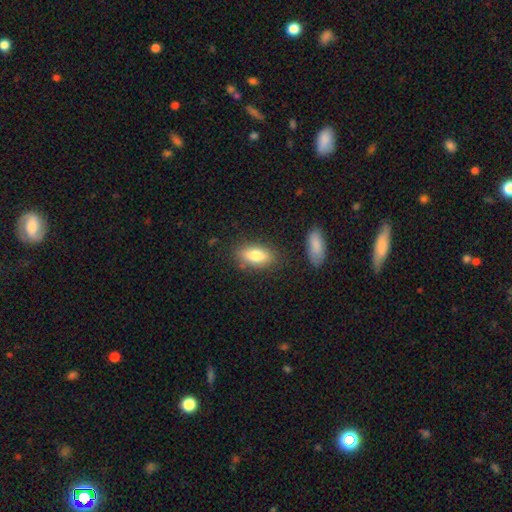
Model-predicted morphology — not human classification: This is likely a smooth galaxy (79%). How rounded: clearly in between (83%). Merging: likely none (79%).